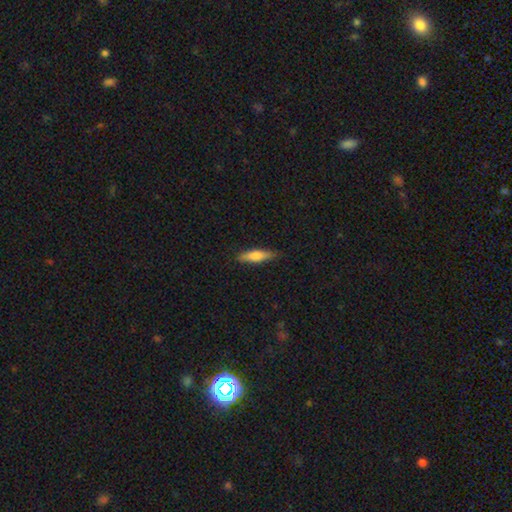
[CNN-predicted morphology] type=smooth (73%); roundness=cigar-shaped (64%); merging=none (82%).